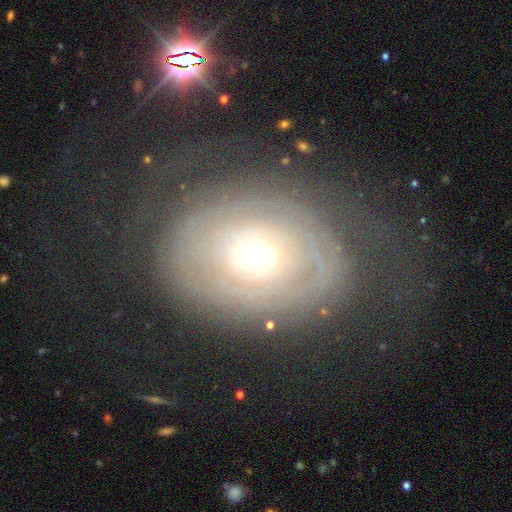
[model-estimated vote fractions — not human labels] This appears to be a featured or disk galaxy (73%) with no bar (85%), spiral arms (67%) and a moderate central bulge (59%). Merging: none (63%).